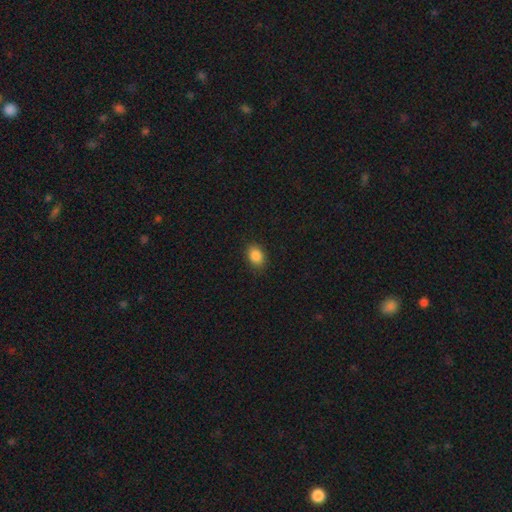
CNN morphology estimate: This appears to be a smooth galaxy with no disk features (87%) that is in between round and cigar-shaped (71%). Merging: none (87%).